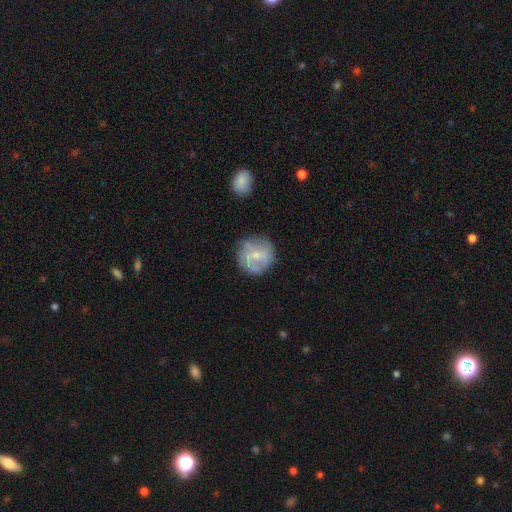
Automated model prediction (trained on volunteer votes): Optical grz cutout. It shows a featured or disk galaxy (50%). Merging: none (68%).